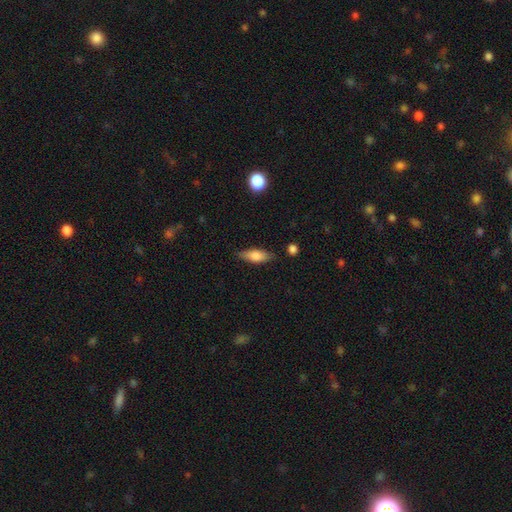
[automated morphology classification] This appears to be a smooth galaxy with no disk features (72%) that is in between round and cigar-shaped (65%). Merging: none (79%).